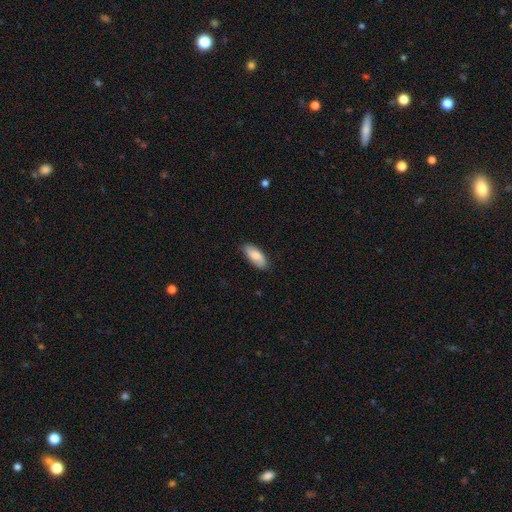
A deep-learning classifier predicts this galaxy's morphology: This is likely a smooth galaxy (78%). How rounded: clearly in between (85%). Merging: clearly none (82%).